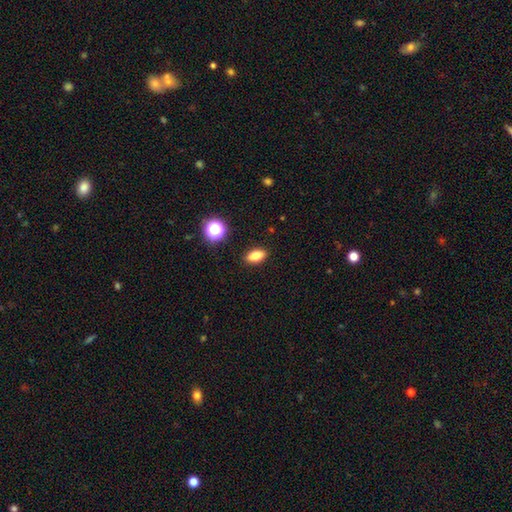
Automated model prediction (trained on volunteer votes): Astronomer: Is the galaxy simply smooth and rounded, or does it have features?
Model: smooth — 80%.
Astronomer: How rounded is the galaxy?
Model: in between — 82%.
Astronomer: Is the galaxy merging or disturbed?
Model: none — 89%.